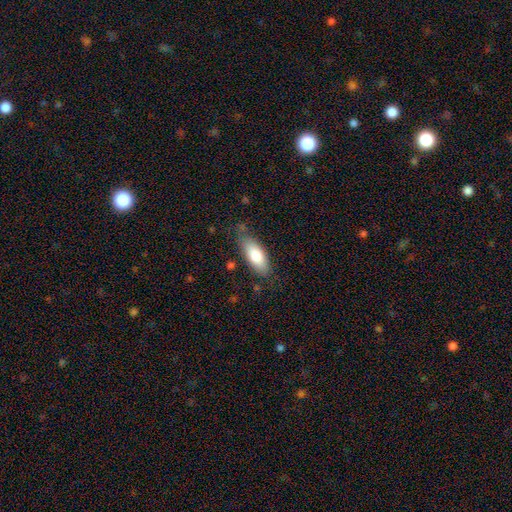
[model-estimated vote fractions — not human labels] Smooth or featured?
  - smooth: 78% *
  - featured or disk: 16%
  - star or artifact: 6%
How rounded?
  - in between: 77% *
  - cigar-shaped: 21%
  - round: 2%
Merging?
  - none: 74% *
  - minor disturbance: 20%
  - major disturbance: 4%
  - merger: 2%